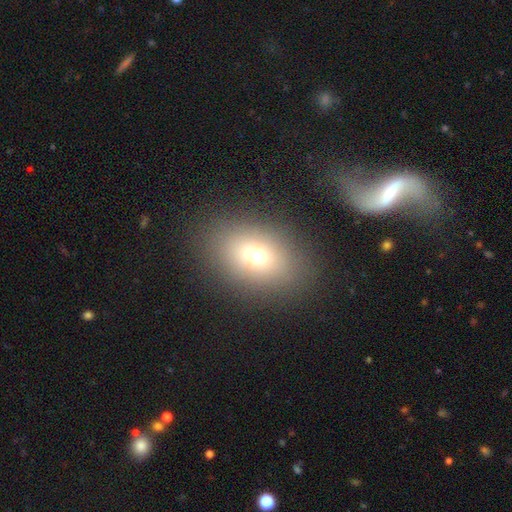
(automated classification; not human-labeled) smooth_or_featured: smooth (p=0.69) [alt: star or artifact p=0.17]
how_rounded: in between (p=0.69) [alt: round p=0.29]
merging: none (p=0.84) [alt: minor disturbance p=0.09]